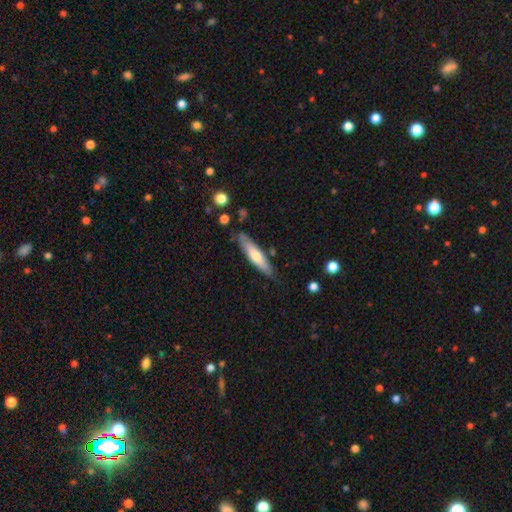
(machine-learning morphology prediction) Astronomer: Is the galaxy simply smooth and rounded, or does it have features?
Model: smooth — 60%.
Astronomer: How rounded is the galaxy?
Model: cigar-shaped — 76%.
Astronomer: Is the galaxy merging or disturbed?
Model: none — 81%.